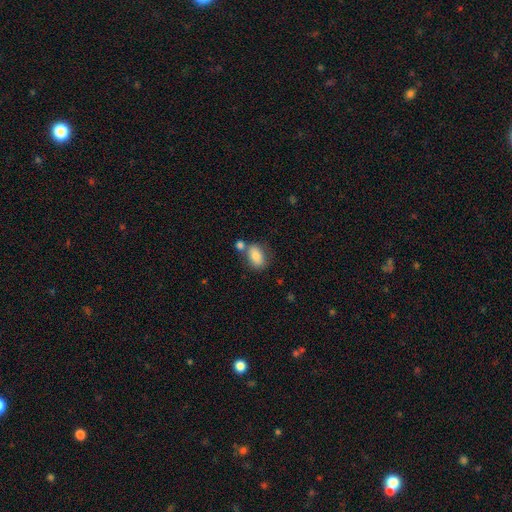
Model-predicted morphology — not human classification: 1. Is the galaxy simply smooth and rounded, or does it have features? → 81% smooth, 11% featured or disk, 8% star or artifact.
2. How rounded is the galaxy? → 84% in between, 13% round, 2% cigar-shaped.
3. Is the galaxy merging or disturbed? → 57% none, 24% merger, 14% minor disturbance, 5% major disturbance.